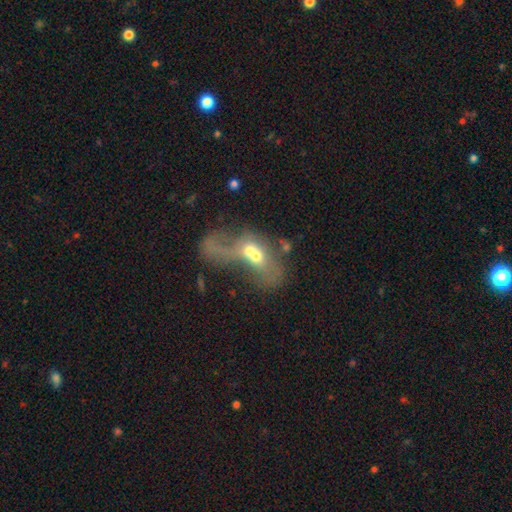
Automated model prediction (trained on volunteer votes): Smooth or featured: featured or disk — 46% (smooth — 43%)
Merging: merger — 73% (major disturbance — 17%)